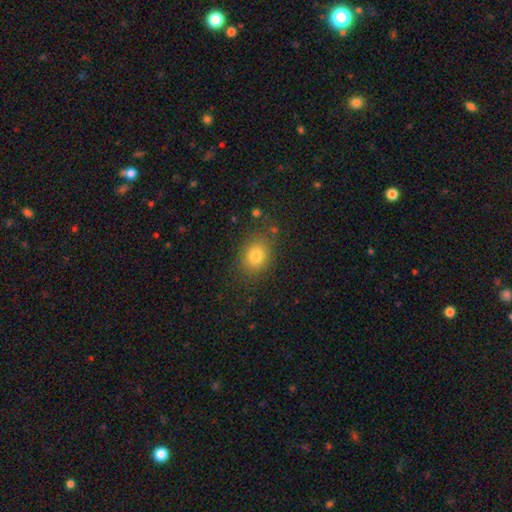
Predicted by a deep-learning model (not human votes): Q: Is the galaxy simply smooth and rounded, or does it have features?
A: smooth — 81%.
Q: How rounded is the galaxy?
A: round — 54%.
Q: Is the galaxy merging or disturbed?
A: none — 80%.